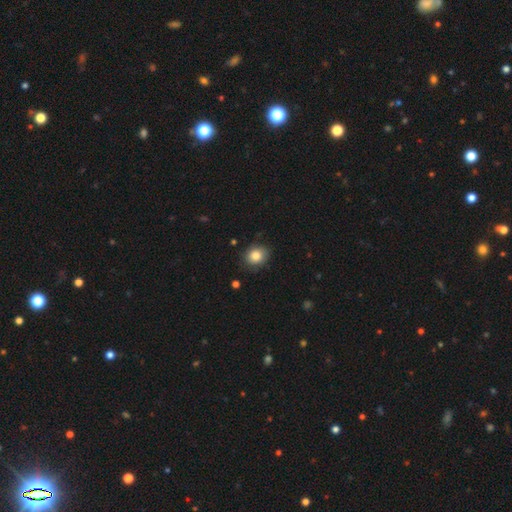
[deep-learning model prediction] The model was most divided on "how rounded": round: 66%, in between: 33%, cigar-shaped: 1%. More confident: smooth or featured — smooth (84%); merging — none (83%).